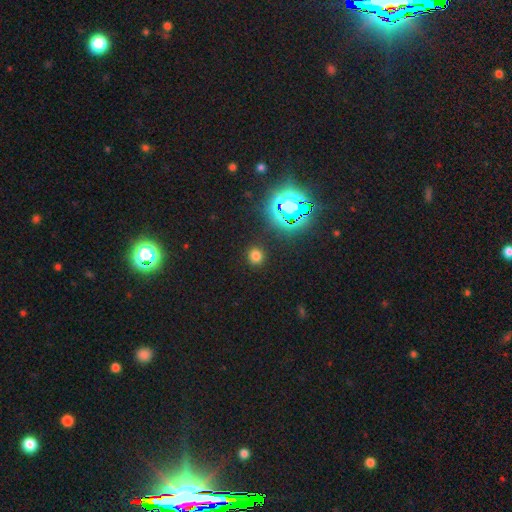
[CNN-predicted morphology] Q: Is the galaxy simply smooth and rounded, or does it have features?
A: smooth — 70%.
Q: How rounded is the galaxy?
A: round — 89%.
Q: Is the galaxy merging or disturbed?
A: none — 89%.